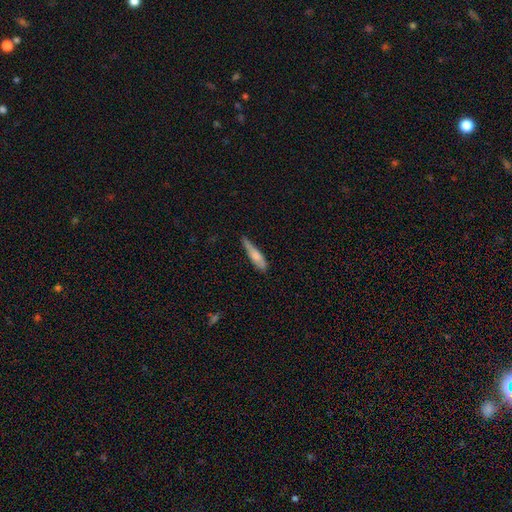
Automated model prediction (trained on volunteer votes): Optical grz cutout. It shows a smooth galaxy with no disk features (72%) that is cigar-shaped (79%). Merging: none (61%).